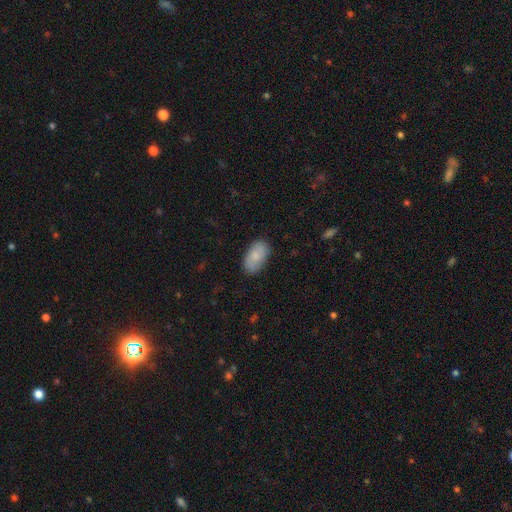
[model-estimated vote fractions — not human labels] Morphology: type=smooth (74%); roundness=in between (94%); merging=none (82%).